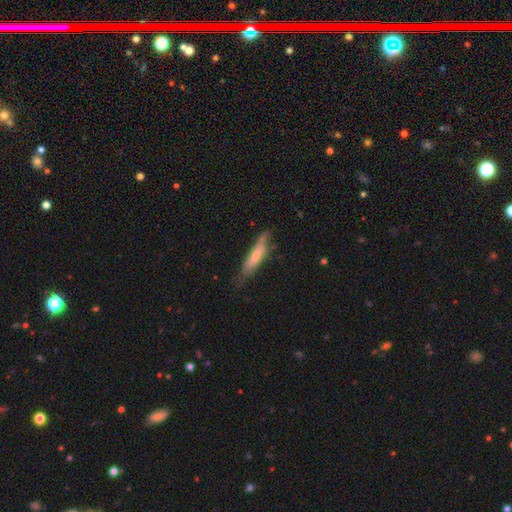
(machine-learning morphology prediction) Overall: smooth (52%; featured or disk 42%). How rounded: cigar-shaped (78%). Merging: none (62%; minor disturbance 27%).